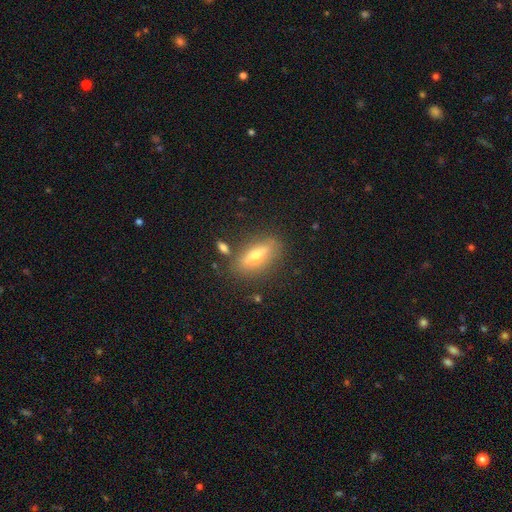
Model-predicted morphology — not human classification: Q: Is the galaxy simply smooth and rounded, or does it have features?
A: featured or disk — 48%.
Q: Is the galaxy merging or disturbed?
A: none — 80%.